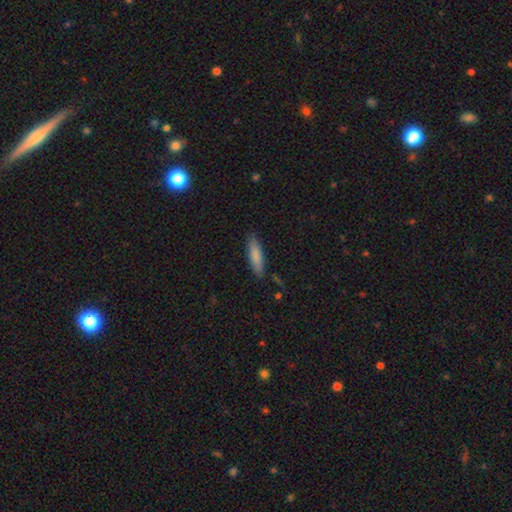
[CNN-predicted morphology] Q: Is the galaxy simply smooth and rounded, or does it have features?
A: smooth — 84%.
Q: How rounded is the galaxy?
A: cigar-shaped — 64%.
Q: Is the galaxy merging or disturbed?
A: none — 85%.